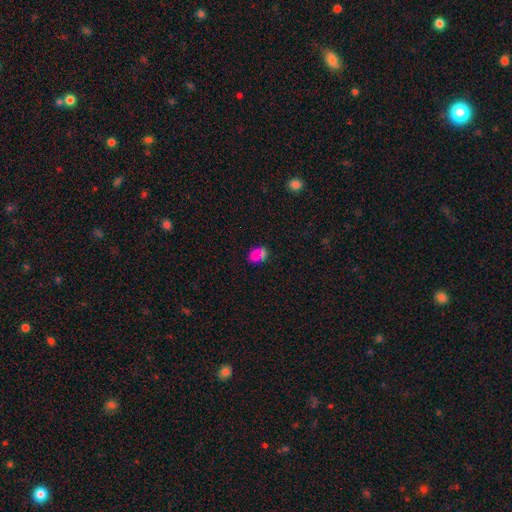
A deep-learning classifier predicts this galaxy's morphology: This appears to be a smooth galaxy with no disk features (65%) that is in between round and cigar-shaped (62%). Merging: none (59%).